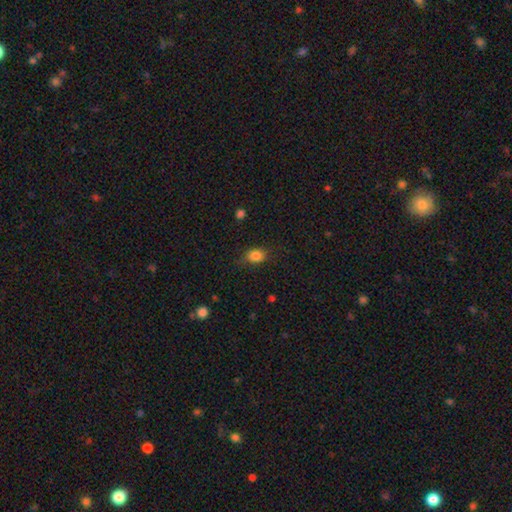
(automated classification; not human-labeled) Overall: smooth (84%). How rounded: in between (63%; round 35%). Merging: none (73%).